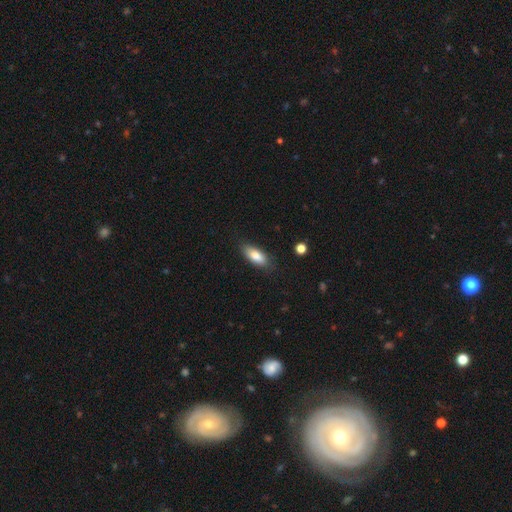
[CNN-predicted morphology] Smooth or featured: smooth — 83% (featured or disk — 11%)
How rounded: in between — 79% (cigar-shaped — 19%)
Merging: none — 83% (minor disturbance — 13%)